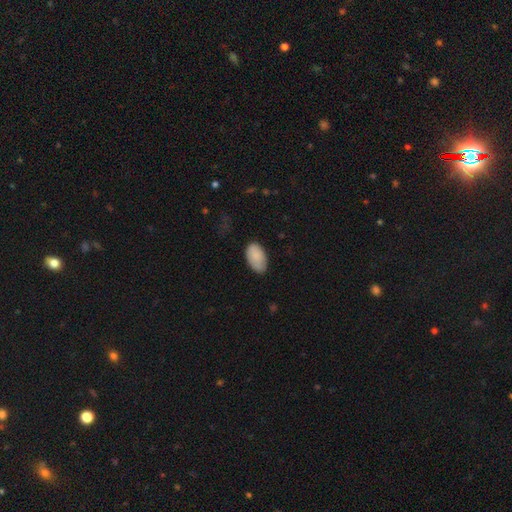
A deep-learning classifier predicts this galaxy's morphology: A smooth galaxy with no disk features (87%) that is in between round and cigar-shaped (94%).

Vote fractions:
- Smooth or featured? smooth: 87% / featured or disk: 7% / star or artifact: 6%
- How rounded? in between: 94% / round: 4% / cigar-shaped: 1%
- Merging? none: 74% / minor disturbance: 21% / major disturbance: 4% / merger: 1%